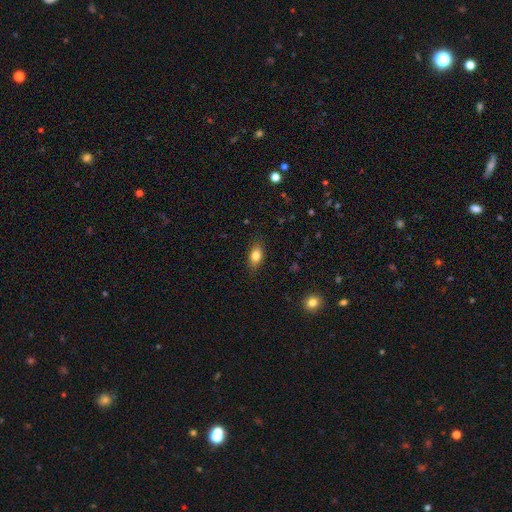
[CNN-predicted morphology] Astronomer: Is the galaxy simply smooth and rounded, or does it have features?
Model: smooth — 81%.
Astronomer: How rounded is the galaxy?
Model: in between — 84%.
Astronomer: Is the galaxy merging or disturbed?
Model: none — 84%.